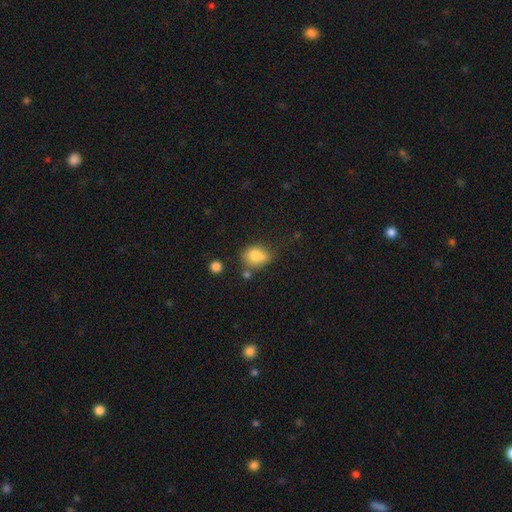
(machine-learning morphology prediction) smooth-or-featured: smooth: 78% | featured or disk: 12% | star or artifact: 10%
  how-rounded: in between: 56% | round: 42% | cigar-shaped: 1%
  merging: none: 52% | minor disturbance: 26% | merger: 14% | major disturbance: 8%